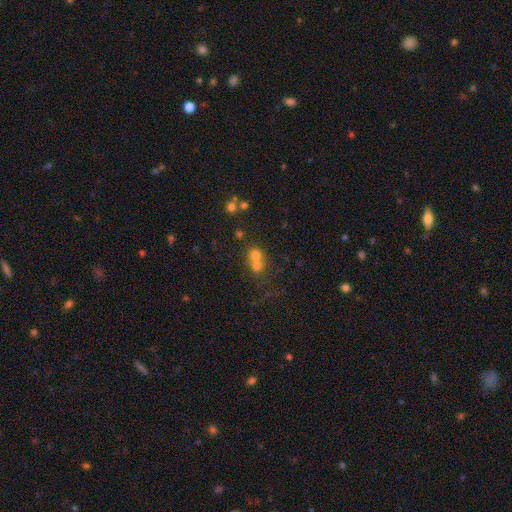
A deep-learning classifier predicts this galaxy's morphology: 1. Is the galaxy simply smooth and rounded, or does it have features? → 67% smooth, 17% star or artifact, 16% featured or disk.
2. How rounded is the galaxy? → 79% round, 20% in between, 1% cigar-shaped.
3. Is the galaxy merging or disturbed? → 62% merger, 30% none, 5% minor disturbance, 2% major disturbance.